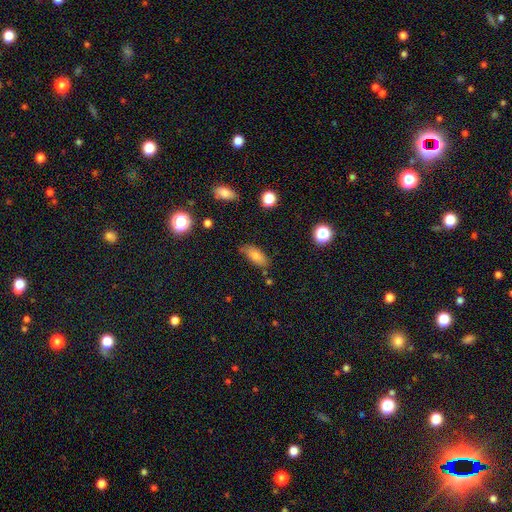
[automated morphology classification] smooth-or-featured: smooth: 79% | featured or disk: 11% | star or artifact: 10%
  how-rounded: in between: 85% | cigar-shaped: 12% | round: 3%
  merging: none: 74% | minor disturbance: 18% | major disturbance: 4% | merger: 4%